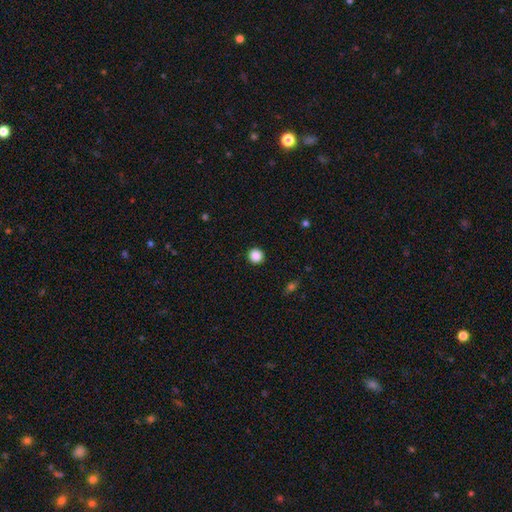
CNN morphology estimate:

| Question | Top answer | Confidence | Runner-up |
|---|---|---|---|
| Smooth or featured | smooth | 87% | star or artifact (10%) |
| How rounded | round | 95% | in between (4%) |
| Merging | none | 93% | minor disturbance (4%) |